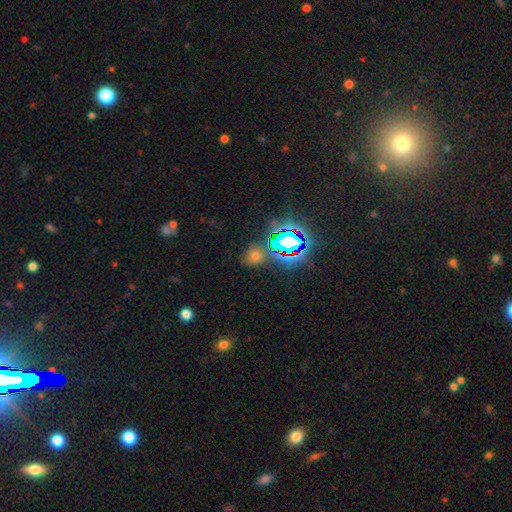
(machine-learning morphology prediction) This appears to be a star or artifact, not a galaxy (55%).